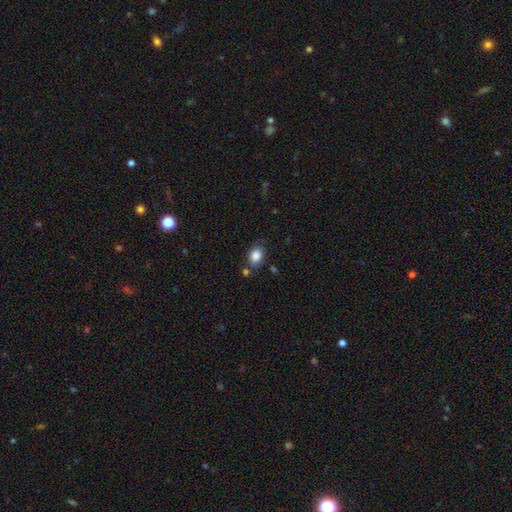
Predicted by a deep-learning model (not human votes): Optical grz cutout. It shows a smooth galaxy with no disk features (86%) that is in between round and cigar-shaped (71%). Merging: none (72%).